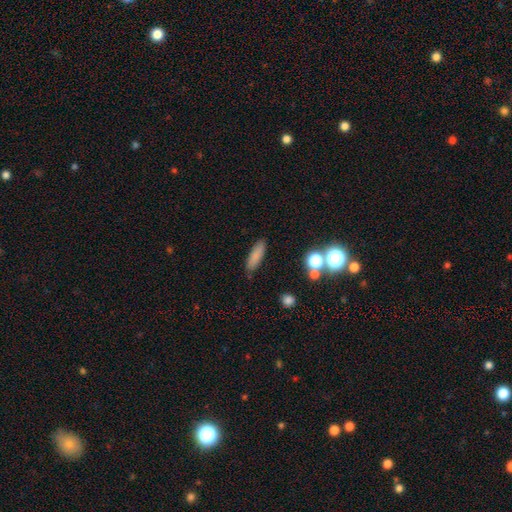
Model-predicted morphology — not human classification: Smooth or featured? smooth (81%)
How rounded? cigar-shaped (58%)
Merging? none (85%)